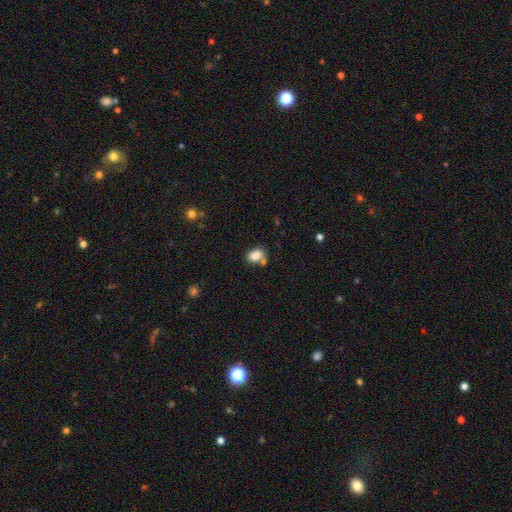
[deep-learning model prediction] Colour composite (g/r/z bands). It shows a smooth galaxy with no disk features (84%) that is in between round and cigar-shaped (78%). Merging: none (53%).